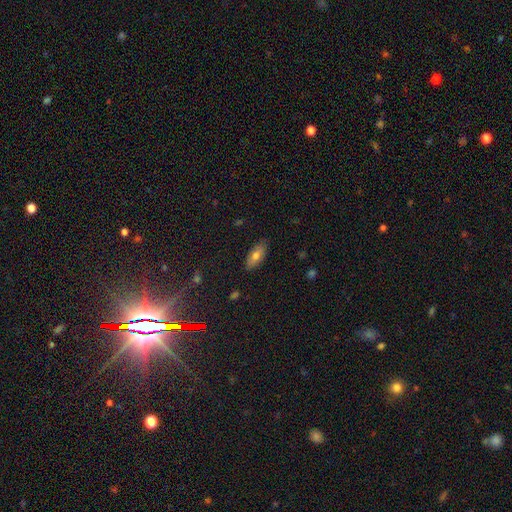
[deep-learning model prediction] This appears to be a smooth galaxy with no disk features (72%) that is in between round and cigar-shaped (82%). Merging: none (84%).